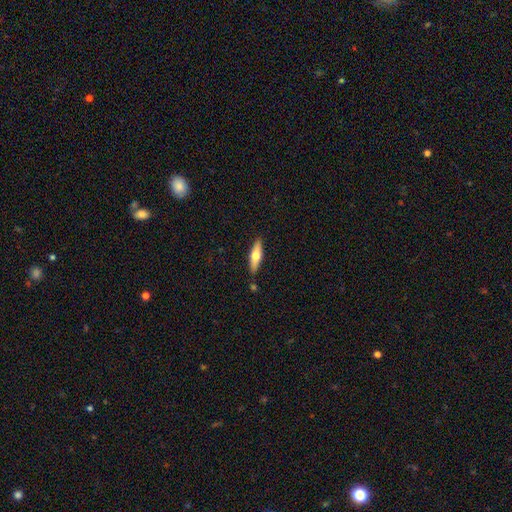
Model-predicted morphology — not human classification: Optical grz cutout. It shows a smooth galaxy with no disk features (52%) that is cigar-shaped (64%). Merging: none (86%).